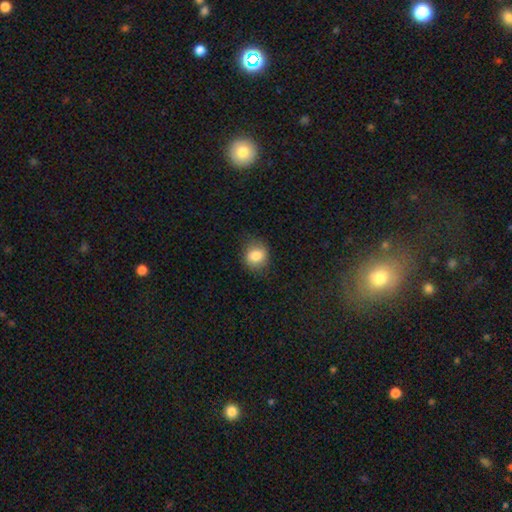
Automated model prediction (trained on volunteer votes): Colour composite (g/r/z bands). It shows a smooth galaxy with no disk features (82%) that is round (68%). Merging: none (78%).